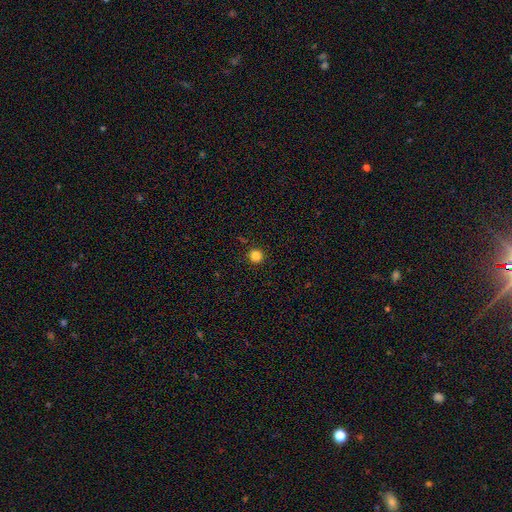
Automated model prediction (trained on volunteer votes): Smooth or featured? smooth (84%)
How rounded? round (95%)
Merging? none (91%)